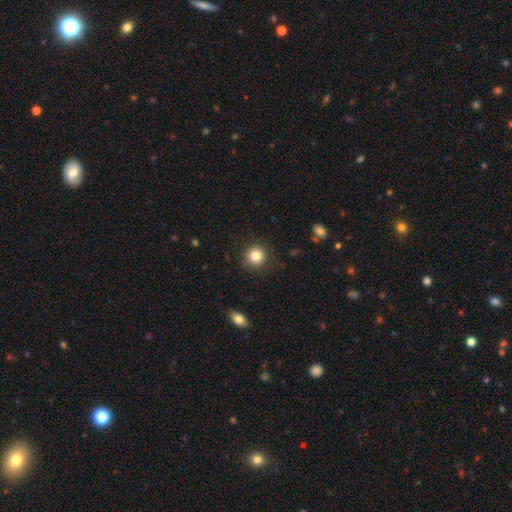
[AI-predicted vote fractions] The model was most divided on "smooth or featured": smooth: 84%, star or artifact: 11%, featured or disk: 6%. More confident: how rounded — round (91%); merging — none (87%).